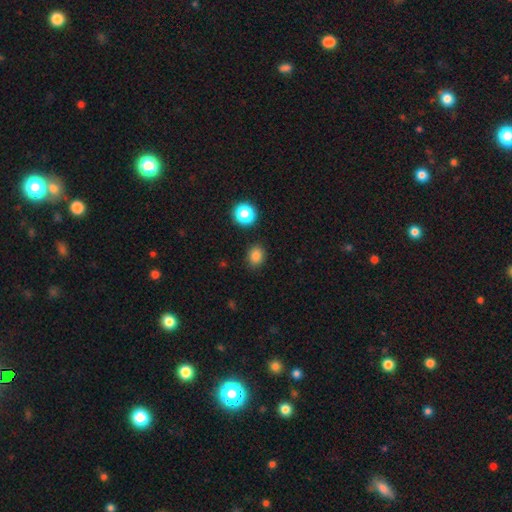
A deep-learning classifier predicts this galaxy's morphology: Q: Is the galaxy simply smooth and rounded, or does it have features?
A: smooth — 83%.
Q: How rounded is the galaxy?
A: round — 59%.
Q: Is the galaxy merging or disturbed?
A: none — 86%.